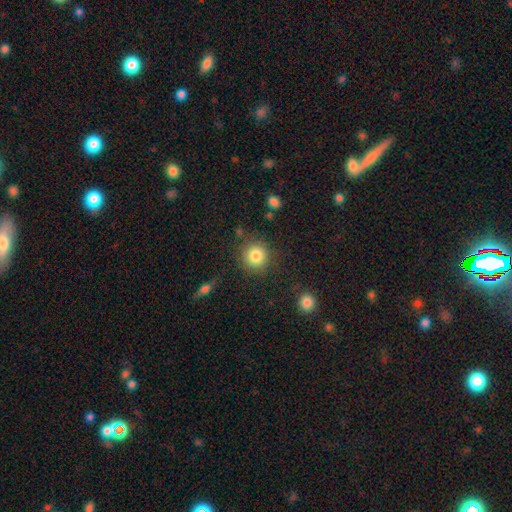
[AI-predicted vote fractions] Overall: smooth (83%). How rounded: round (91%). Merging: none (85%).